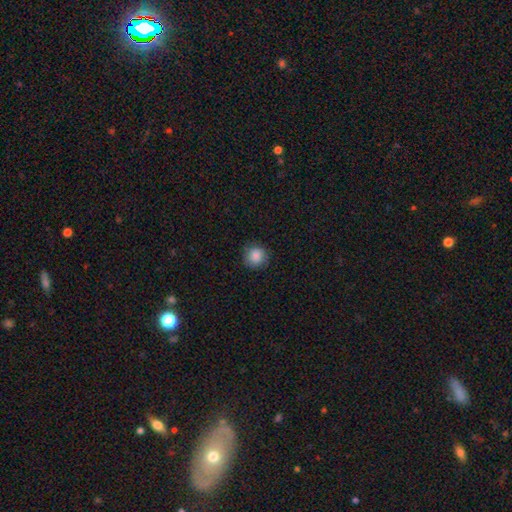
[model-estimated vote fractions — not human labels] Smooth or featured: smooth — 85% (star or artifact — 9%)
How rounded: round — 90% (in between — 9%)
Merging: none — 83% (minor disturbance — 13%)